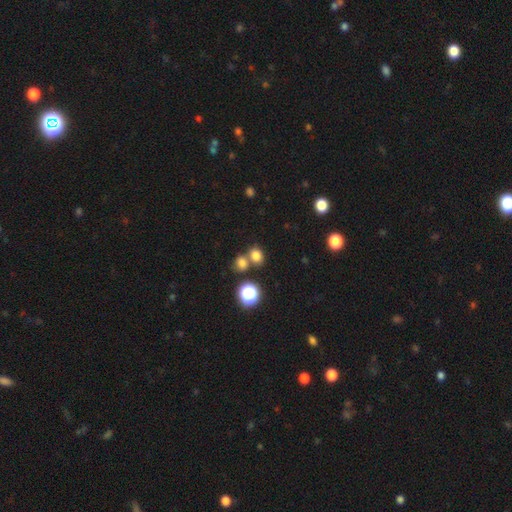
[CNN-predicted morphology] A smooth galaxy with no disk features (76%) that is round (60%).

Vote fractions:
- Smooth or featured? smooth: 76% / star or artifact: 17% / featured or disk: 7%
- How rounded? round: 60% / in between: 39% / cigar-shaped: 1%
- Merging? none: 56% / merger: 32% / minor disturbance: 9% / major disturbance: 3%